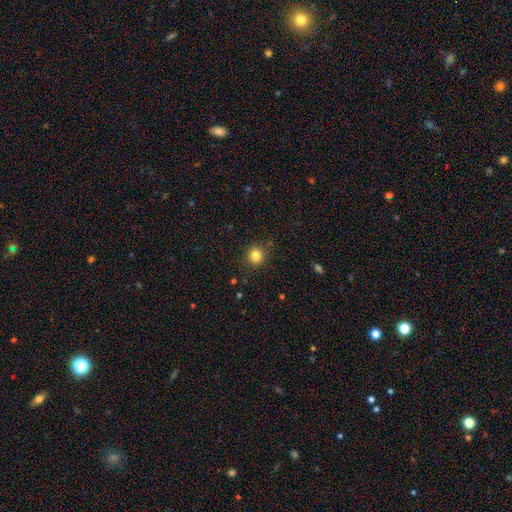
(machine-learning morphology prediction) Smooth or featured?
  - smooth: 83% *
  - star or artifact: 12%
  - featured or disk: 5%
How rounded?
  - round: 89% *
  - in between: 10%
  - cigar-shaped: 1%
Merging?
  - none: 87% *
  - minor disturbance: 9%
  - major disturbance: 3%
  - merger: 1%